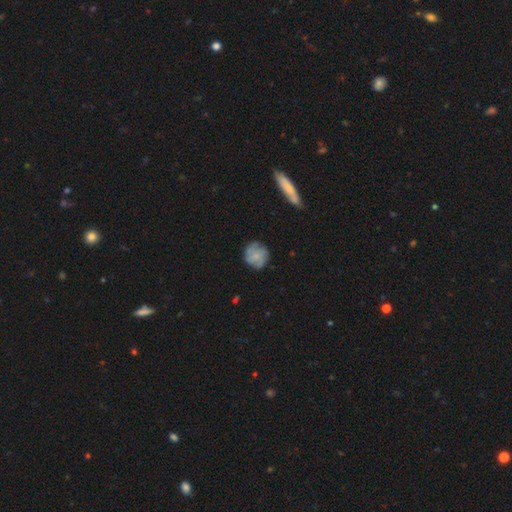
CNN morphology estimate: Q: Smooth or featured?
A: smooth (53%); runner-up: featured or disk (40%)
Q: How rounded?
A: round (85%); runner-up: in between (13%)
Q: Merging?
A: none (73%); runner-up: minor disturbance (19%)